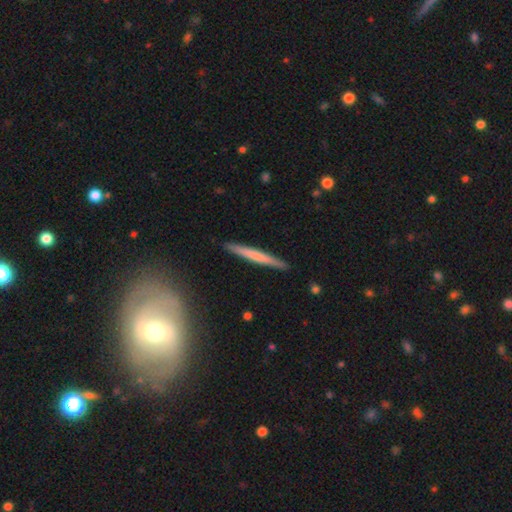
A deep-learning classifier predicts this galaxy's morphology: Smooth or featured: smooth — 57% (featured or disk — 38%)
How rounded: cigar-shaped — 96% (in between — 2%)
Merging: none — 90% (minor disturbance — 7%)